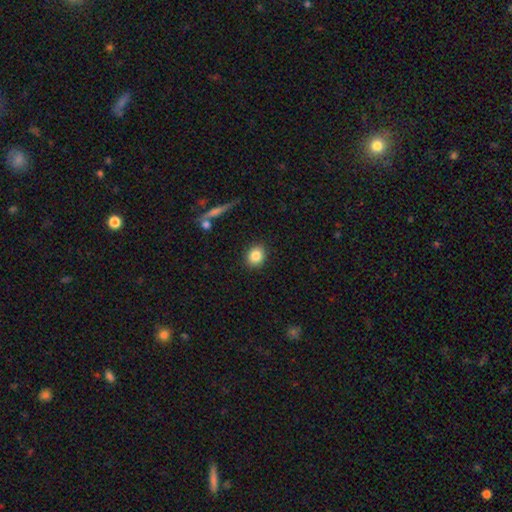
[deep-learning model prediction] smooth-or-featured: smooth: 84% | star or artifact: 9% | featured or disk: 7%
  how-rounded: round: 67% | in between: 31% | cigar-shaped: 2%
  merging: none: 89% | minor disturbance: 7% | major disturbance: 2% | merger: 2%